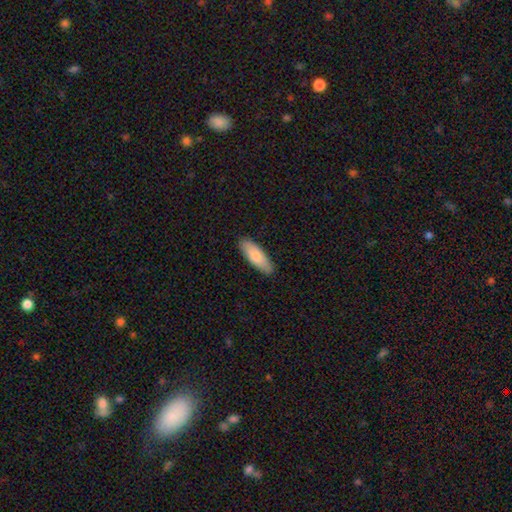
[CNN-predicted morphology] type=smooth (82%); roundness=in between (63%); merging=none (88%).